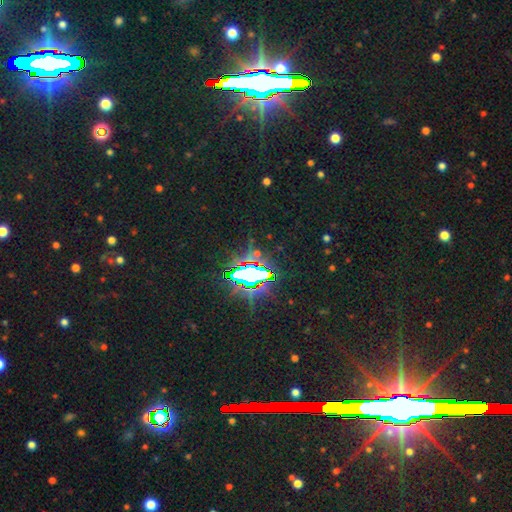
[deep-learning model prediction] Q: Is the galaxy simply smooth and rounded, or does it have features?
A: star or artifact — 79%.